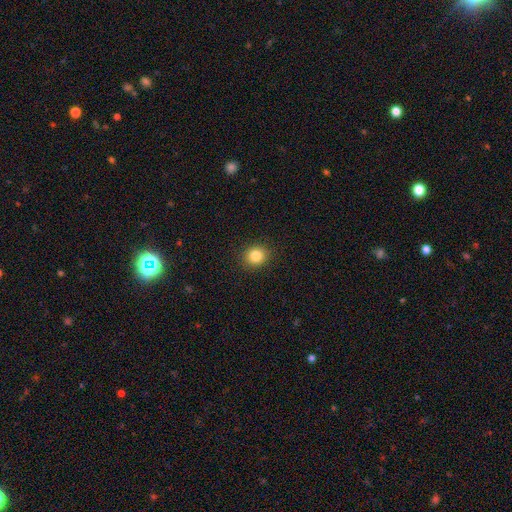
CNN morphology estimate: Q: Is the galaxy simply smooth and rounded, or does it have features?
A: smooth — 84%.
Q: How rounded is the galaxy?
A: round — 83%.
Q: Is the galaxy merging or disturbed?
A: none — 91%.